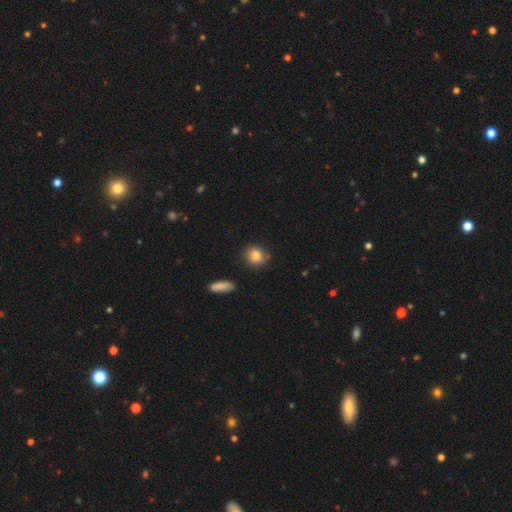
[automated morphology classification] A smooth galaxy with no disk features (81%) that is round (80%).

Vote fractions:
- Smooth or featured? smooth: 81% / star or artifact: 10% / featured or disk: 9%
- How rounded? round: 80% / in between: 18% / cigar-shaped: 1%
- Merging? none: 83% / minor disturbance: 12% / merger: 3% / major disturbance: 2%